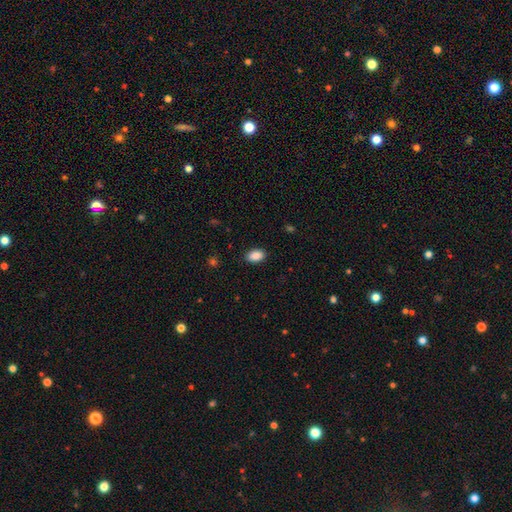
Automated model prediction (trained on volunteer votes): The model was most divided on "merging": none: 88%, minor disturbance: 9%, major disturbance: 2%, merger: 1%. More confident: how rounded — in between (91%); smooth or featured — smooth (89%).